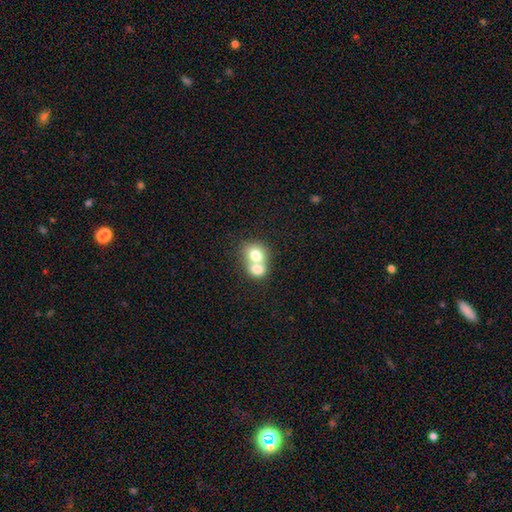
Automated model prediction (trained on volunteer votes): Smooth or featured: smooth — 73% (featured or disk — 19%)
How rounded: round — 56% (in between — 43%)
Merging: merger — 74% (none — 18%)